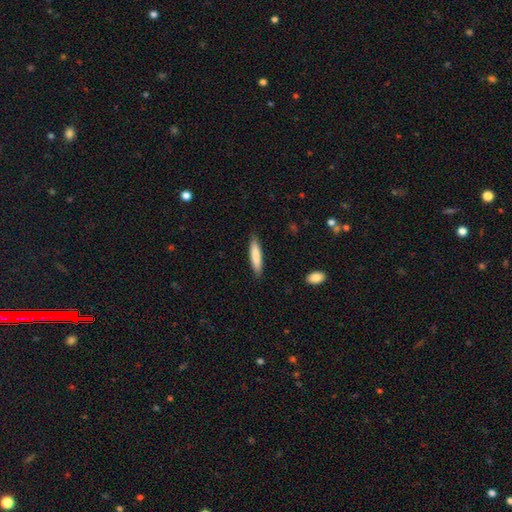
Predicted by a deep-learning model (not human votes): smooth_or_featured: smooth (p=0.80) [alt: featured or disk p=0.14]
how_rounded: cigar-shaped (p=0.84) [alt: in between p=0.14]
merging: none (p=0.87) [alt: minor disturbance p=0.10]